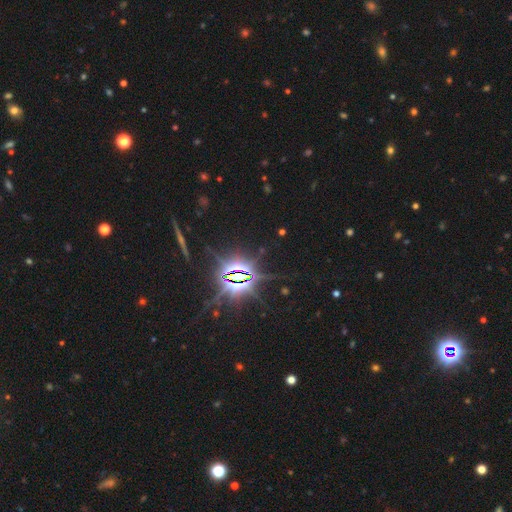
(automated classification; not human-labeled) Smooth or featured: star or artifact — 87% (smooth — 7%)